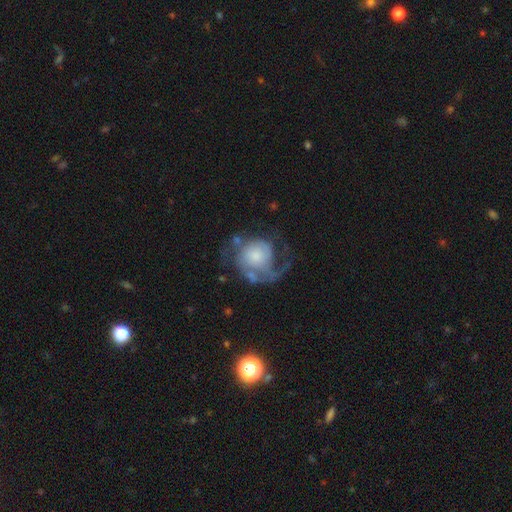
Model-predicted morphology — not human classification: Q: Smooth or featured?
A: featured or disk (77%); runner-up: smooth (16%)
Q: Edge-on disk?
A: no (98%); runner-up: yes (2%)
Q: Bar?
A: no (78%); runner-up: weak (19%)
Q: Spiral arms?
A: yes (92%); runner-up: no (8%)
Q: Spiral winding?
A: medium (40%); runner-up: tight (33%)
Q: Spiral arm count?
A: 2 (46%); runner-up: 1 (33%)
Q: Bulge size?
A: small (36%); runner-up: moderate (29%)
Q: Merging?
A: none (51%); runner-up: major disturbance (26%)